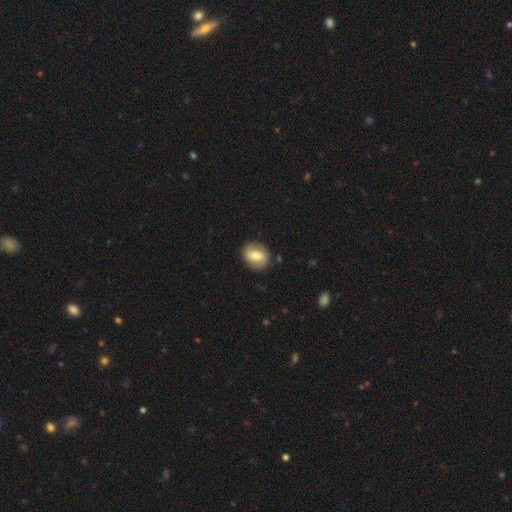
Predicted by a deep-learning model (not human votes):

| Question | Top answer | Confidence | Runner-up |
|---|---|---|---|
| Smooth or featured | smooth | 59% | featured or disk (33%) |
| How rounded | round | 66% | in between (33%) |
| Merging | none | 85% | minor disturbance (10%) |